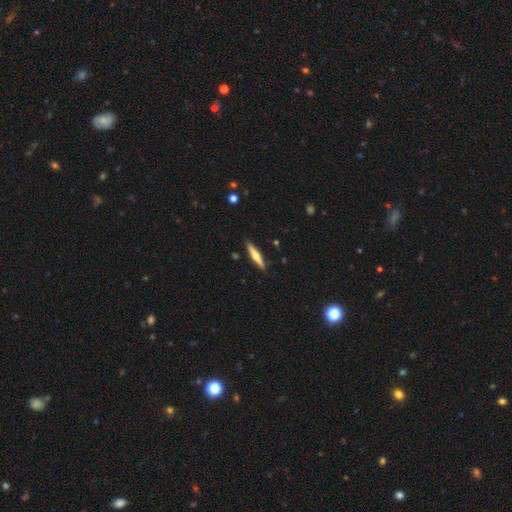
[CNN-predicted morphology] Overall: featured or disk (50%; smooth 45%). Merging: none (89%).